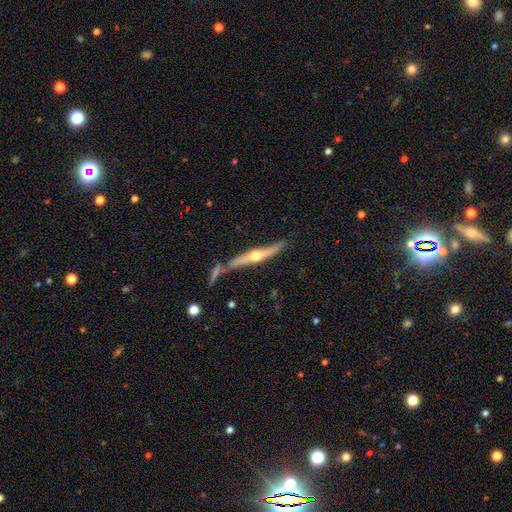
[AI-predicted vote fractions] Overall: featured or disk (72%). Edge-on disk: yes (96%). Edge-on bulge: rounded (94%). Merging: none (70%).